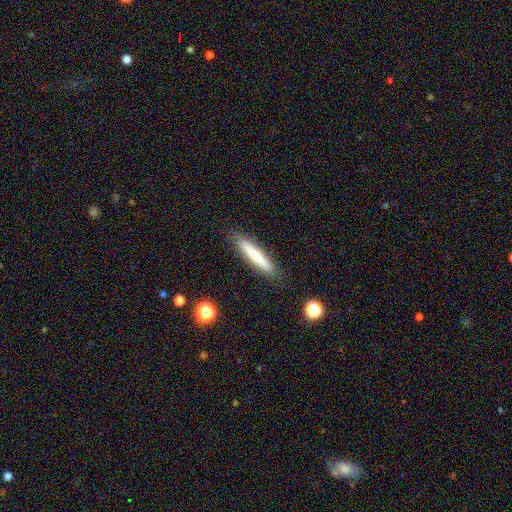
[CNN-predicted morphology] Q: Smooth or featured?
A: smooth (66%); runner-up: featured or disk (28%)
Q: How rounded?
A: cigar-shaped (92%); runner-up: in between (7%)
Q: Merging?
A: none (88%); runner-up: minor disturbance (9%)